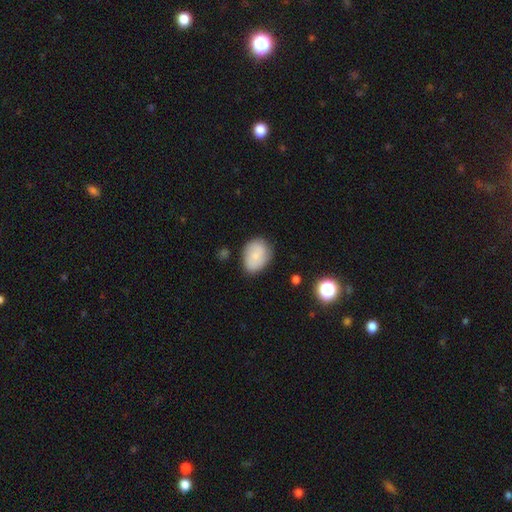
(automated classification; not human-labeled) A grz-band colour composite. It shows a smooth galaxy with no disk features (76%) that is in between round and cigar-shaped (69%). Merging: none (70%).